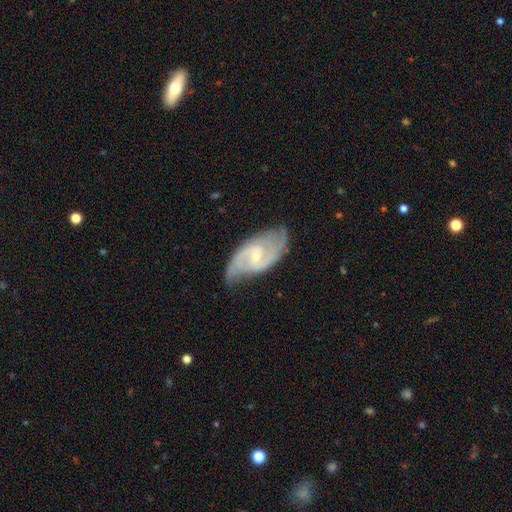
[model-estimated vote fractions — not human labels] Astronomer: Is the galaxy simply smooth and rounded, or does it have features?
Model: featured or disk — 88%.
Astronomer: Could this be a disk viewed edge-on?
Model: no — 96%.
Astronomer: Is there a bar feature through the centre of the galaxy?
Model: weak — 54%.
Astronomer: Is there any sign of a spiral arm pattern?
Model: yes — 97%.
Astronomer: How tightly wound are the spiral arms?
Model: medium — 54%.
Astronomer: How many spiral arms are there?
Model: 2 — 84%.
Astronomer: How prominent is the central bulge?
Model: small — 66%.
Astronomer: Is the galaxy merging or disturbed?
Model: none — 74%.